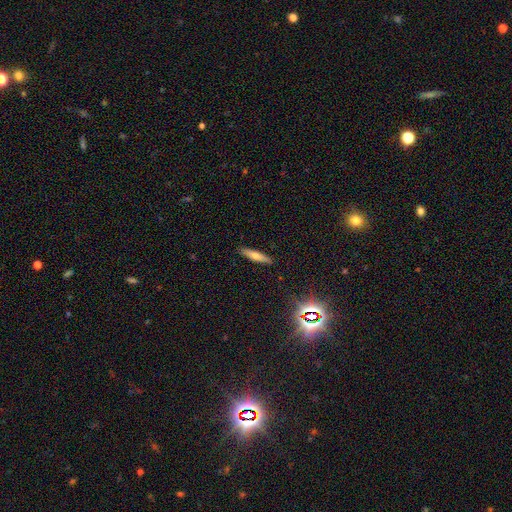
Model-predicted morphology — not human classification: smooth-or-featured: smooth: 63% | featured or disk: 28% | star or artifact: 9%
  how-rounded: cigar-shaped: 83% | in between: 15% | round: 2%
  merging: none: 89% | minor disturbance: 8% | major disturbance: 2% | merger: 1%